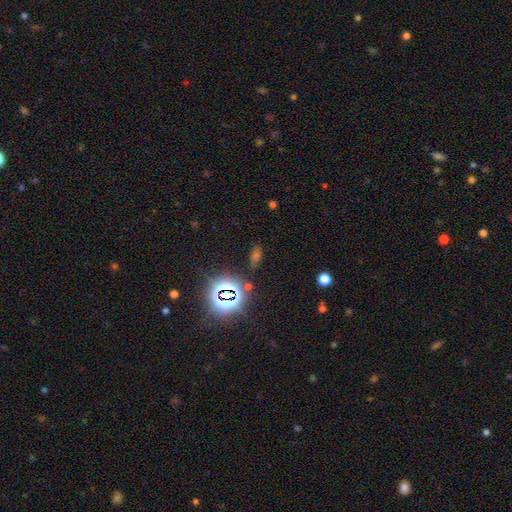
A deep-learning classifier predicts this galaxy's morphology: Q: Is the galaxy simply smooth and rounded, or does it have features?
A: star or artifact — 58%.